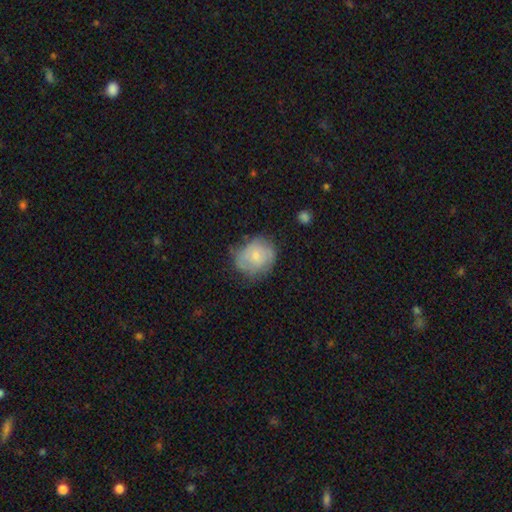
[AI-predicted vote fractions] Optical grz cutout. It shows a smooth galaxy with no disk features (50%). Merging: none (58%).